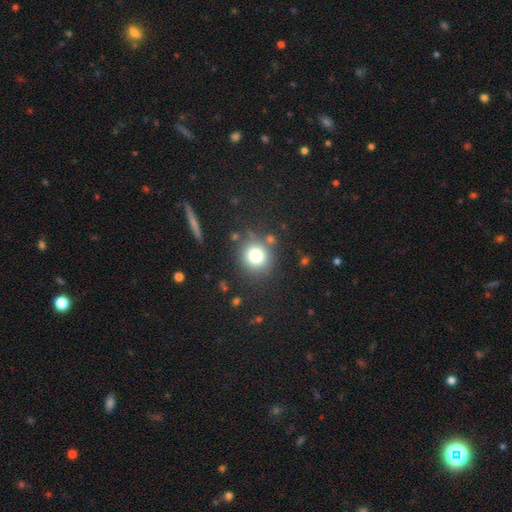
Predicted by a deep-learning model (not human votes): This appears to be a smooth galaxy with no disk features (79%) that is round (86%). Merging: none (81%).